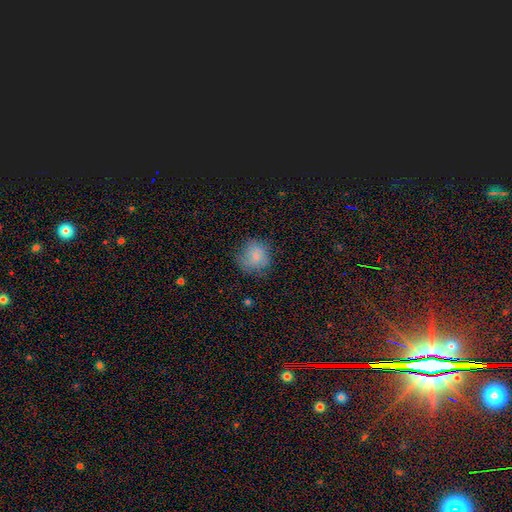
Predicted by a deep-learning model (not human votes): Smooth or featured? Predicted: smooth (p=0.75). How rounded? Predicted: round (p=0.85). Merging? Predicted: none (p=0.70).